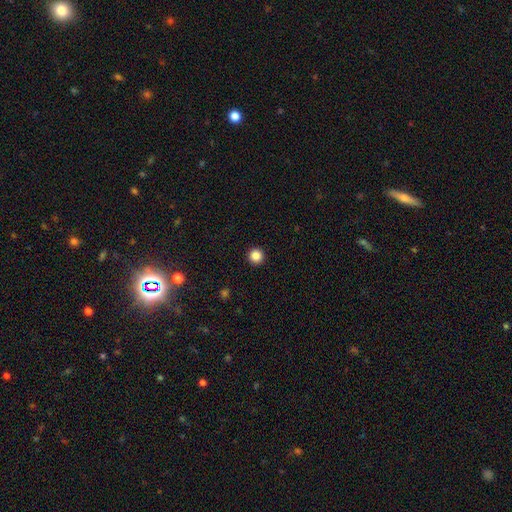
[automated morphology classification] A smooth galaxy with no disk features (86%) that is round (96%). Merging: none (94%).